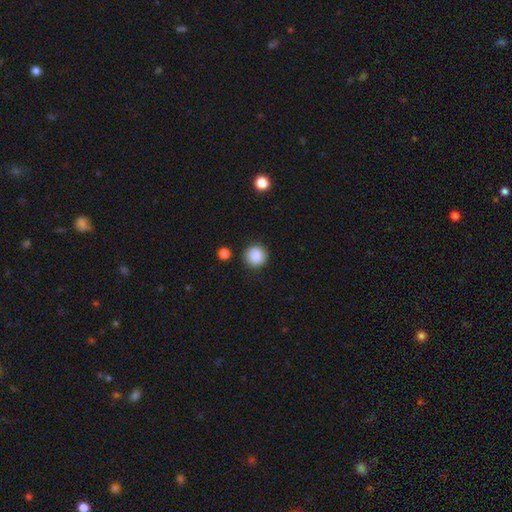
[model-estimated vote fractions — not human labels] smooth 87%, star or artifact 9%, featured or disk 4%. Down the decision tree: how rounded — round (93%); merging — none (90%).